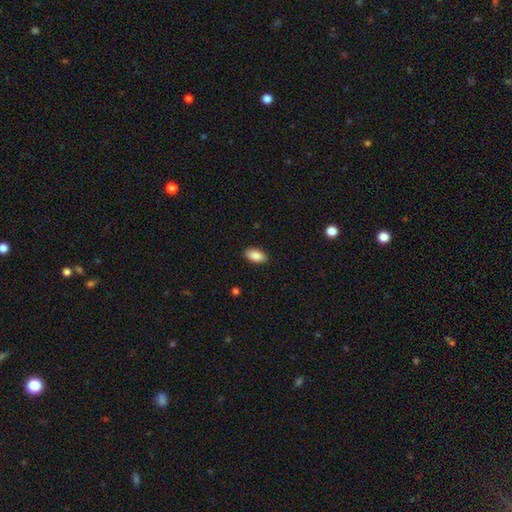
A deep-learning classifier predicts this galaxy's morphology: type=smooth (89%); roundness=in between (93%); merging=none (89%).